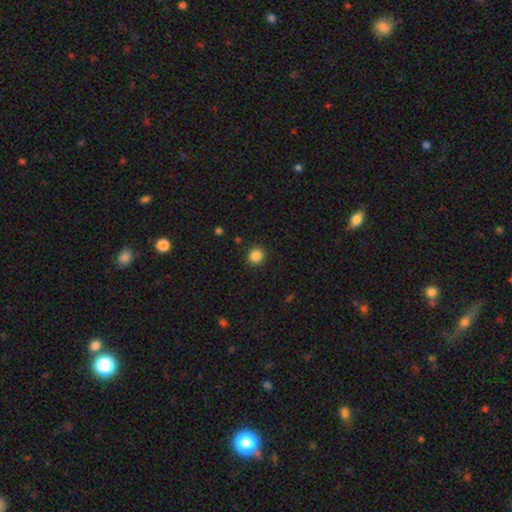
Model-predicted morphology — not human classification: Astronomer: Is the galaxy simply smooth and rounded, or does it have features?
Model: smooth — 86%.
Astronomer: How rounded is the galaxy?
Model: round — 89%.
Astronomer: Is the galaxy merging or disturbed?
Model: none — 90%.